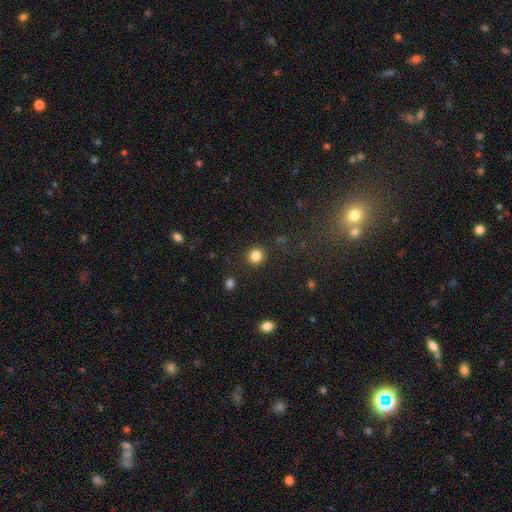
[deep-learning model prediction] Q: Smooth or featured?
A: smooth (85%); runner-up: star or artifact (11%)
Q: How rounded?
A: round (92%); runner-up: in between (7%)
Q: Merging?
A: none (91%); runner-up: minor disturbance (6%)